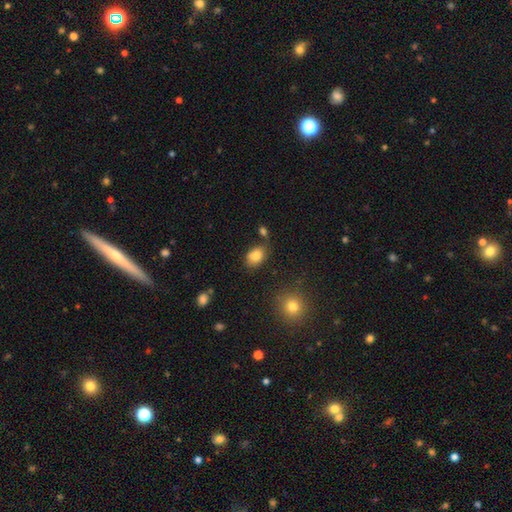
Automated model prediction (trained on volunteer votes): smooth 83%, star or artifact 9%, featured or disk 8%. Down the decision tree: how rounded — in between (80%); merging — none (67%).